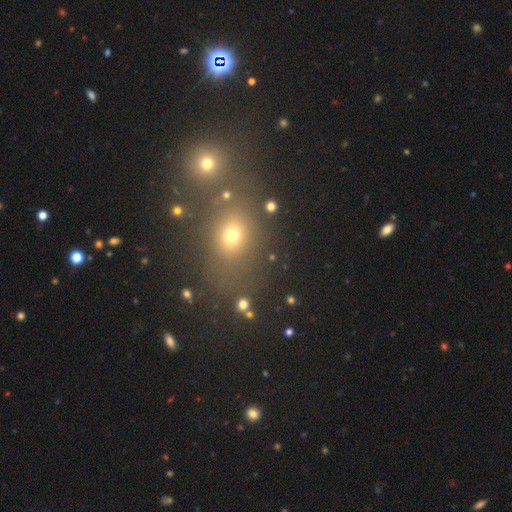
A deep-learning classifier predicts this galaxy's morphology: smooth 47%, star or artifact 43%, featured or disk 10%. Down the decision tree: merging — none (68%).